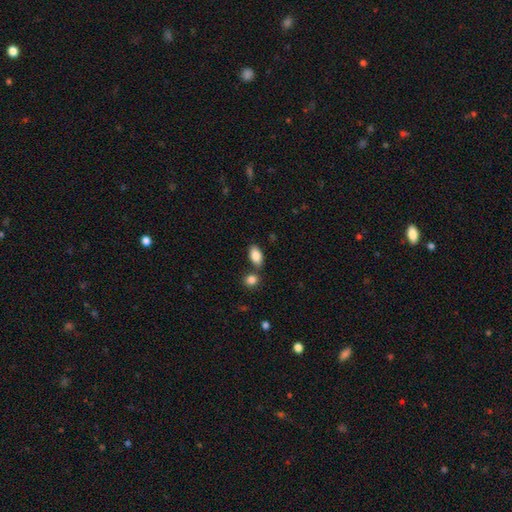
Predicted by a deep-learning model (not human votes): Smooth or featured: smooth — 86% (star or artifact — 7%)
How rounded: in between — 92% (round — 6%)
Merging: none — 70% (merger — 17%)